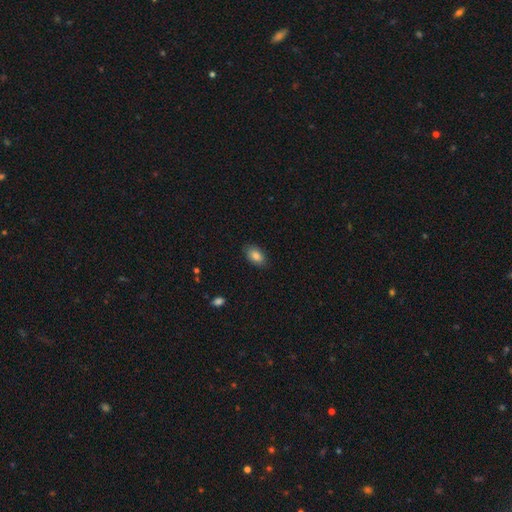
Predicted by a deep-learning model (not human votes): A smooth galaxy with no disk features (85%) that is in between round and cigar-shaped (92%). Merging: none (86%).